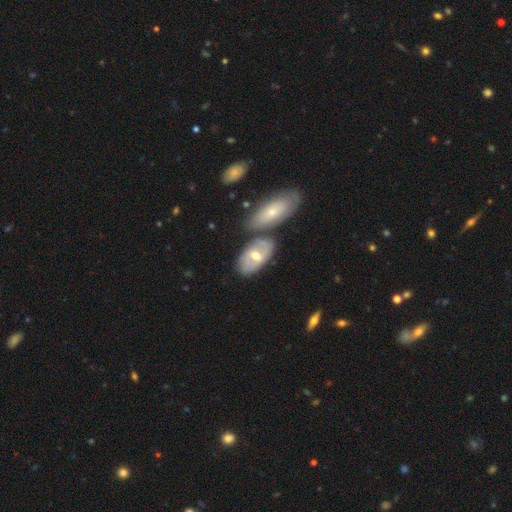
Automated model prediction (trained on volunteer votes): featured or disk 54%, smooth 40%, star or artifact 5%. Down the decision tree: edge-on disk — no (88%); merging — none (58%).